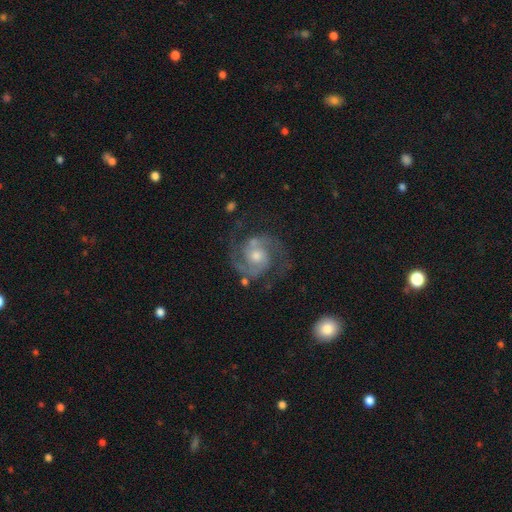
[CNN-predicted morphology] This is clearly a featured or disk galaxy (92%). It is clearly not viewed edge-on (98%). Bar: possibly no (59%). Spiral arm pattern: clearly yes (98%). Spiral arm count: clearly 2 (92%). Spiral winding: possibly medium (56%). Central bulge: possibly moderate (58%). Merging: likely none (77%).